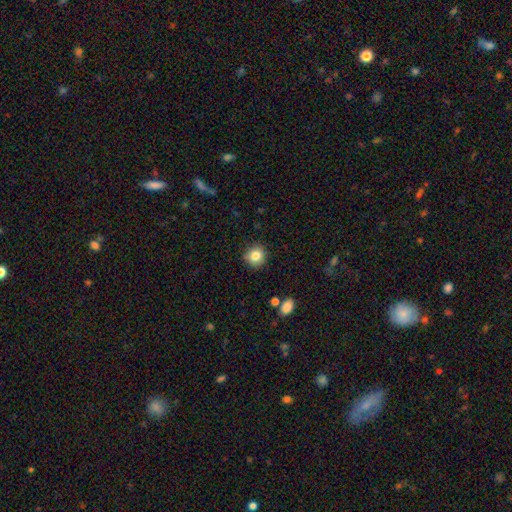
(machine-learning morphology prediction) Smooth or featured? smooth (84%)
How rounded? round (90%)
Merging? none (88%)